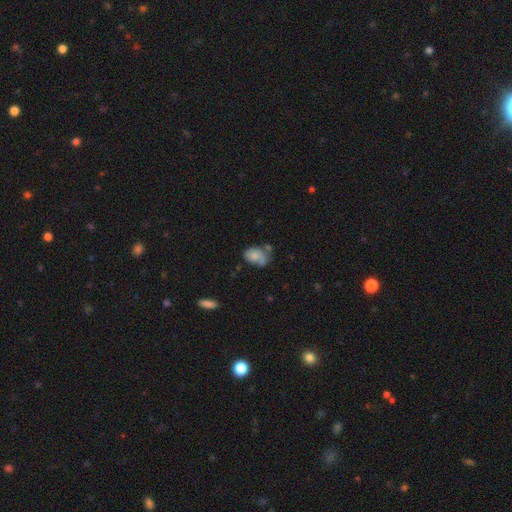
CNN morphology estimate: smooth-or-featured: smooth: 64% | featured or disk: 27% | star or artifact: 9%
  how-rounded: in between: 72% | round: 27% | cigar-shaped: 1%
  merging: none: 36% | minor disturbance: 28% | merger: 19% | major disturbance: 17%